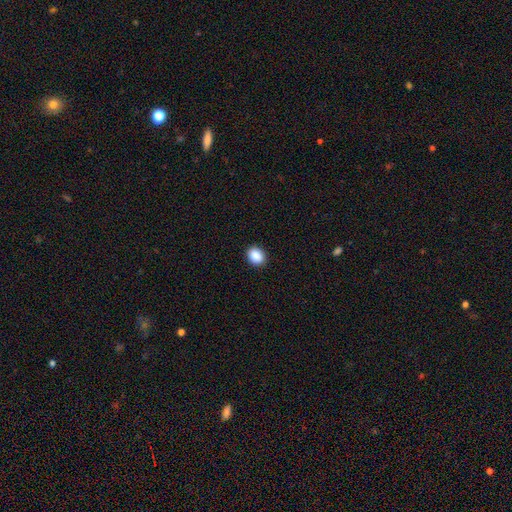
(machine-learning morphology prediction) type=smooth (89%); roundness=round (52%); merging=none (91%).